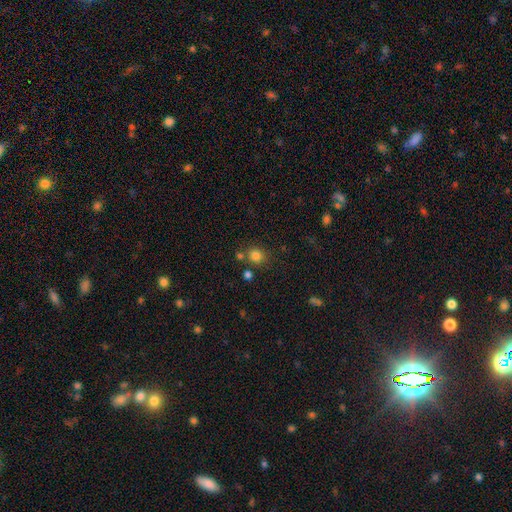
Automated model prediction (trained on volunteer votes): This is likely a smooth galaxy (79%). How rounded: clearly round (83%). Merging: likely none (73%).